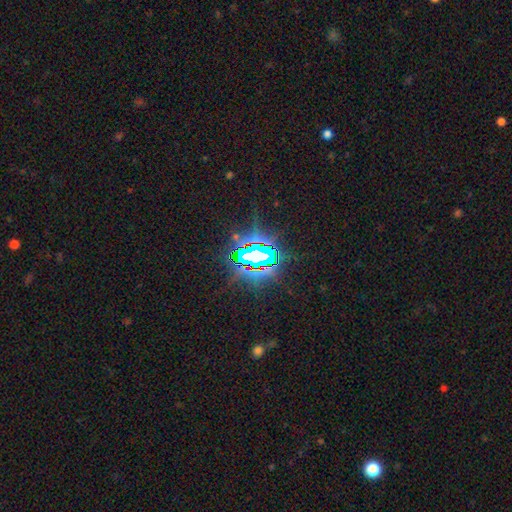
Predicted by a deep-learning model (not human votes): This is likely a star or artifact rather than a galaxy (79%).